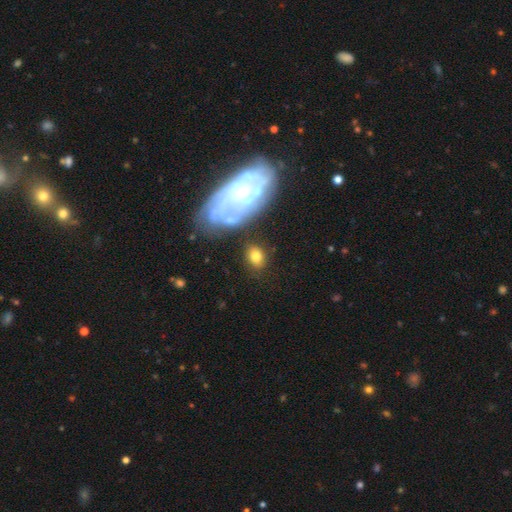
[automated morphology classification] A smooth galaxy with no disk features (71%) that is in between round and cigar-shaped (63%). Merging: none (75%).